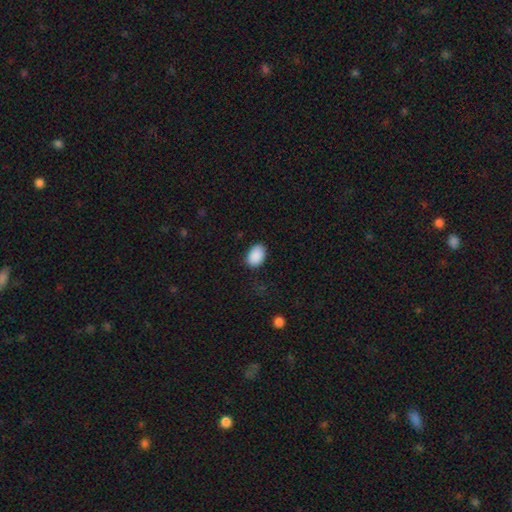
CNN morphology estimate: A smooth galaxy with no disk features (90%) that is in between round and cigar-shaped (85%).

Vote fractions:
- Smooth or featured? smooth: 90% / star or artifact: 7% / featured or disk: 3%
- How rounded? in between: 85% / round: 14% / cigar-shaped: 1%
- Merging? none: 80% / minor disturbance: 16% / major disturbance: 3% / merger: 1%